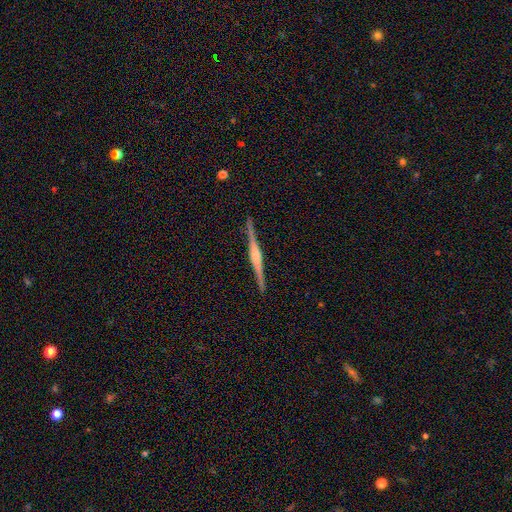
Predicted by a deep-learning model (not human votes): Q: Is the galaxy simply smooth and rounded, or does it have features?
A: featured or disk — 80%.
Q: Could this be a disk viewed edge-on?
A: yes — 98%.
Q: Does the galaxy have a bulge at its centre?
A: rounded — 60%.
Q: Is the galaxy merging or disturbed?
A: none — 91%.